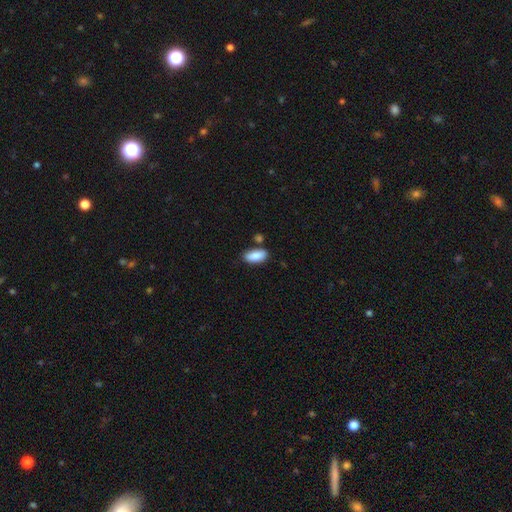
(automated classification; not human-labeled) smooth_or_featured: smooth (p=0.87) [alt: star or artifact p=0.07]
how_rounded: in between (p=0.88) [alt: cigar-shaped p=0.09]
merging: none (p=0.75) [alt: minor disturbance p=0.14]